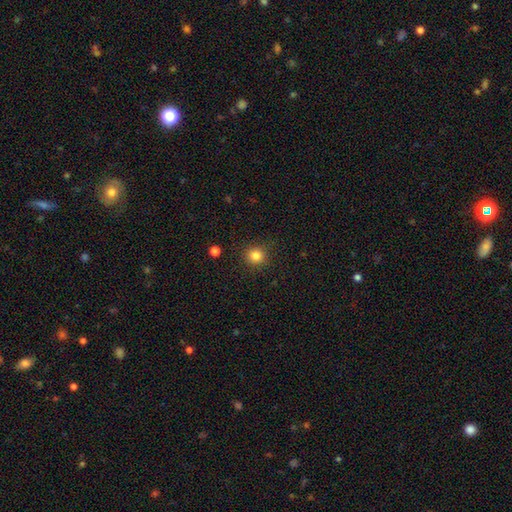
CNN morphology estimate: type=smooth (83%); roundness=round (91%); merging=none (90%).